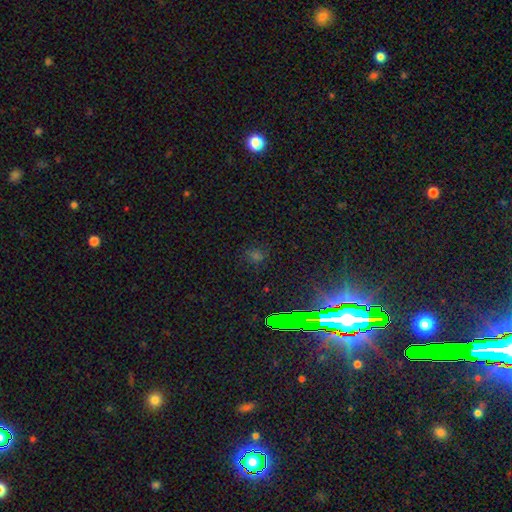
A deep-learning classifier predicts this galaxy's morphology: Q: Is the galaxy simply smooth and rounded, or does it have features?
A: star or artifact — 58%.